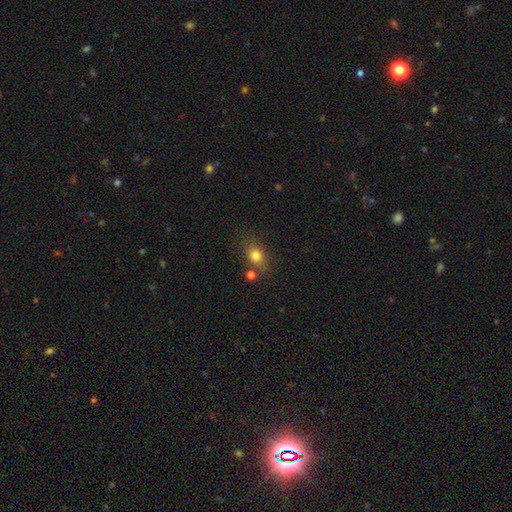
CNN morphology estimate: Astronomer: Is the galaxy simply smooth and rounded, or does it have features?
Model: smooth — 79%.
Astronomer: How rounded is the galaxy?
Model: in between — 64%.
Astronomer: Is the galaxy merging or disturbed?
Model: none — 69%.